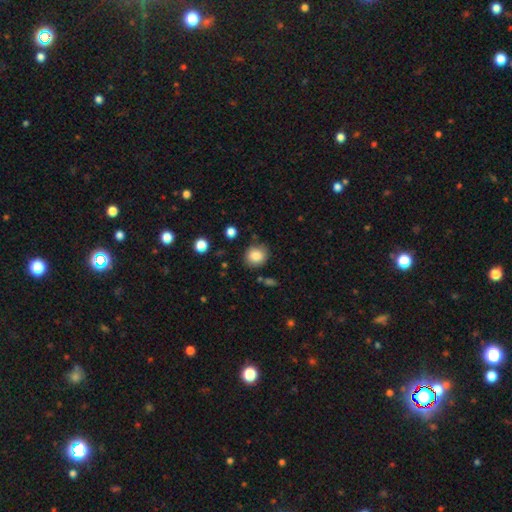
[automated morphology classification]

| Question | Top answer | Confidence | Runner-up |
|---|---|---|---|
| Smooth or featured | smooth | 85% | star or artifact (9%) |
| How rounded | round | 79% | in between (20%) |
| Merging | none | 80% | minor disturbance (13%) |